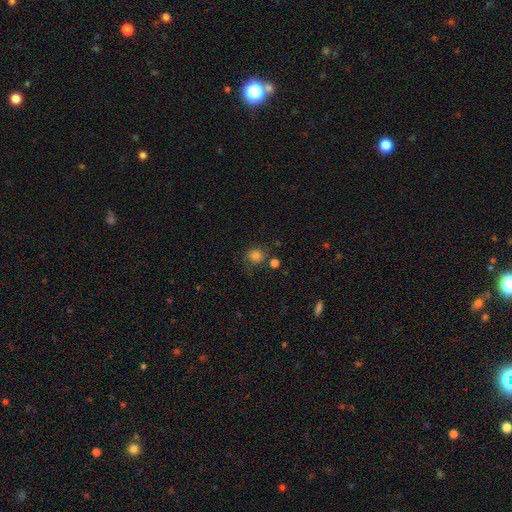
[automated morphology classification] Smooth or featured? smooth (75%)
How rounded? round (83%)
Merging? none (66%)